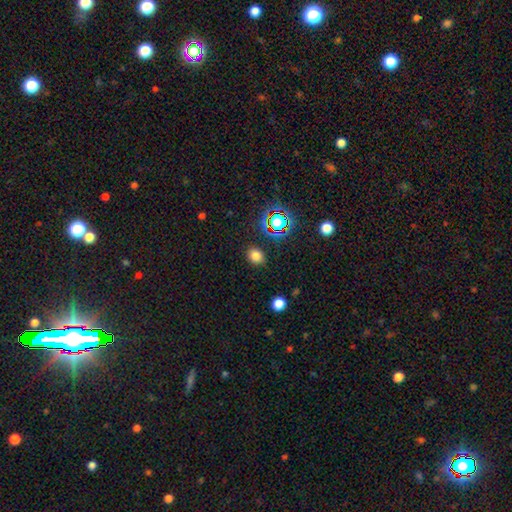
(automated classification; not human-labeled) A smooth galaxy with no disk features (76%) that is round (55%). Merging: none (87%).